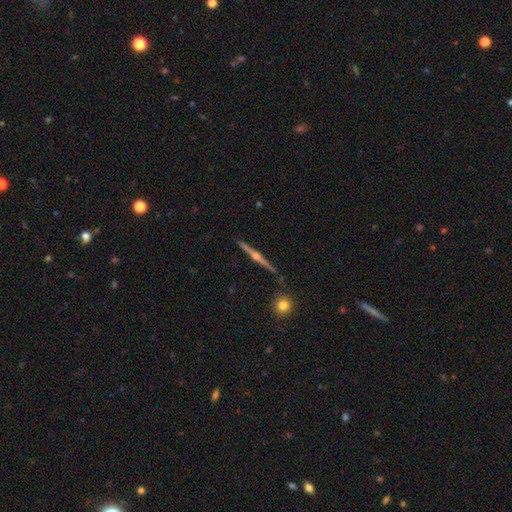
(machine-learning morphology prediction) Smooth or featured?
  - featured or disk: 84% *
  - smooth: 11%
  - star or artifact: 6%
Edge-on disk?
  - yes: 98% *
  - no: 2%
Edge-on bulge?
  - rounded: 86% *
  - none: 9%
  - boxy: 6%
Merging?
  - none: 89% *
  - minor disturbance: 7%
  - merger: 2%
  - major disturbance: 2%